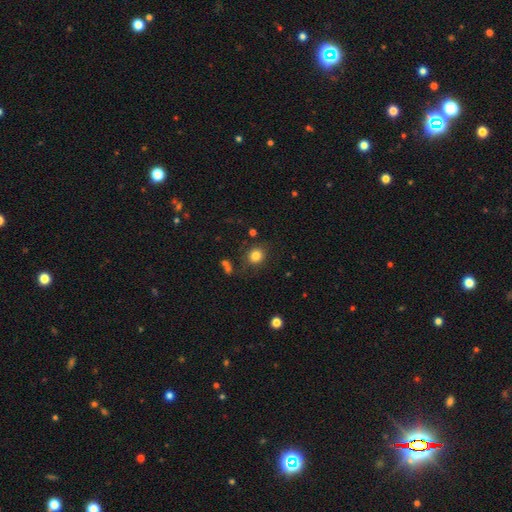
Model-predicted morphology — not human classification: A smooth galaxy with no disk features (82%) that is round (80%). Merging: none (80%).